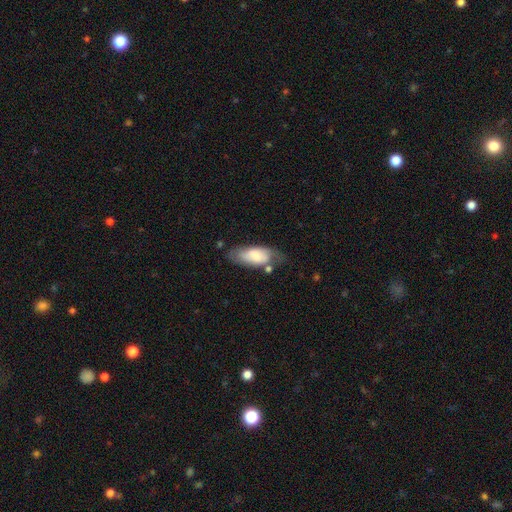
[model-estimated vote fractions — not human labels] This appears to be a smooth galaxy with no disk features (70%) that is in between round and cigar-shaped (83%). Merging: none (50%).